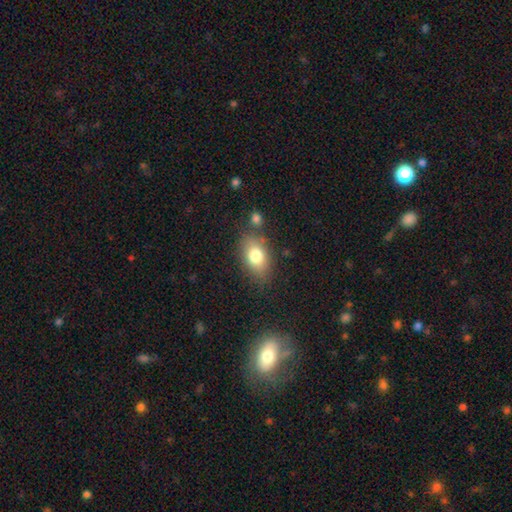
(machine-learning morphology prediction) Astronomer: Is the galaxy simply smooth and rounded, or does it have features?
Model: smooth — 78%.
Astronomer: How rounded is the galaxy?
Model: in between — 85%.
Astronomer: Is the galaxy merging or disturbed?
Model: none — 73%.